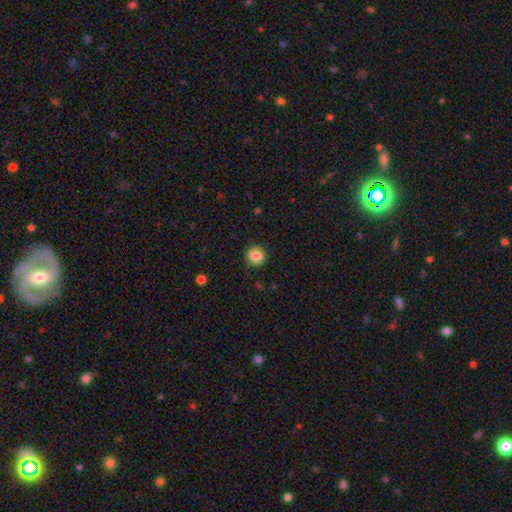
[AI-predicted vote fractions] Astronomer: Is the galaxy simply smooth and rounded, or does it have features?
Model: smooth — 86%.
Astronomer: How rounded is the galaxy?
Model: round — 94%.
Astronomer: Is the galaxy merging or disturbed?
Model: none — 91%.